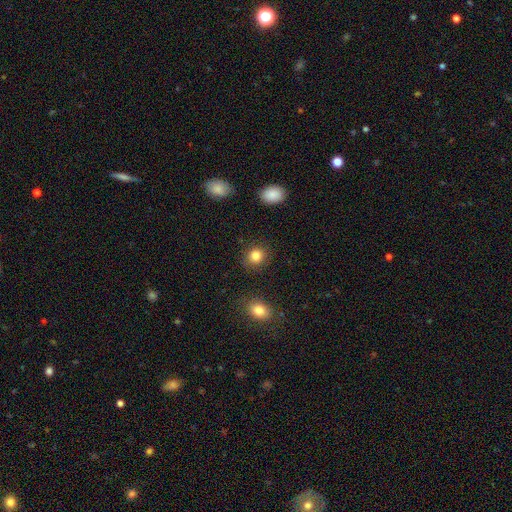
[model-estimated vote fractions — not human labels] Smooth or featured: smooth — 85% (star or artifact — 10%)
How rounded: round — 76% (in between — 23%)
Merging: none — 88% (minor disturbance — 8%)